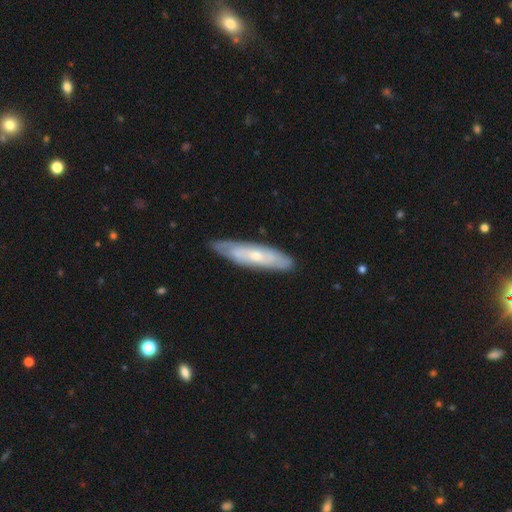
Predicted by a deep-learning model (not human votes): smooth_or_featured: featured or disk (p=0.60) [alt: smooth p=0.34]
disk_edge_on: no (p=0.60) [alt: yes p=0.40]
merging: none (p=0.81) [alt: minor disturbance p=0.15]